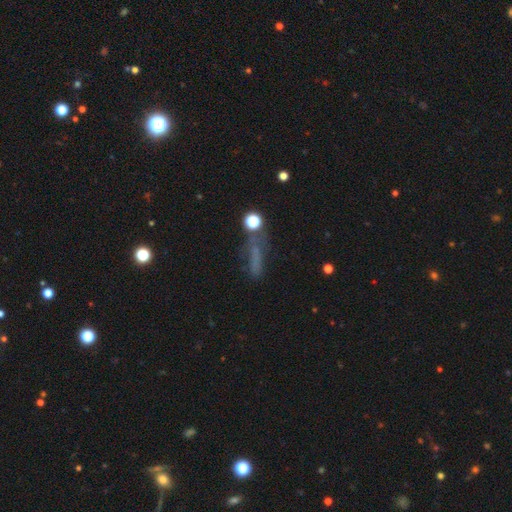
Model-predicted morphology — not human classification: A smooth galaxy with no disk features (50%).

Vote fractions:
- Smooth or featured? smooth: 50% / featured or disk: 25% / star or artifact: 25%
- Merging? none: 52% / minor disturbance: 21% / major disturbance: 19% / merger: 8%